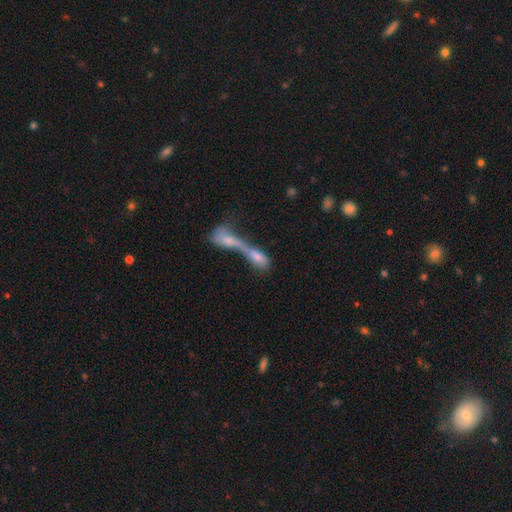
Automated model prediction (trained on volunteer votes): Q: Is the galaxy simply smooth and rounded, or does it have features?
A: smooth — 58%.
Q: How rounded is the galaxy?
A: in between — 53%.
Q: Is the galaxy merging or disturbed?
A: merger — 78%.